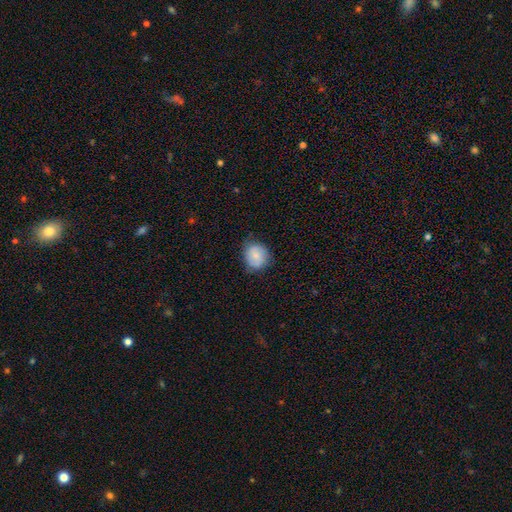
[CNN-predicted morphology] This is likely a smooth galaxy (67%). How rounded: likely round (72%). Merging: likely none (72%).